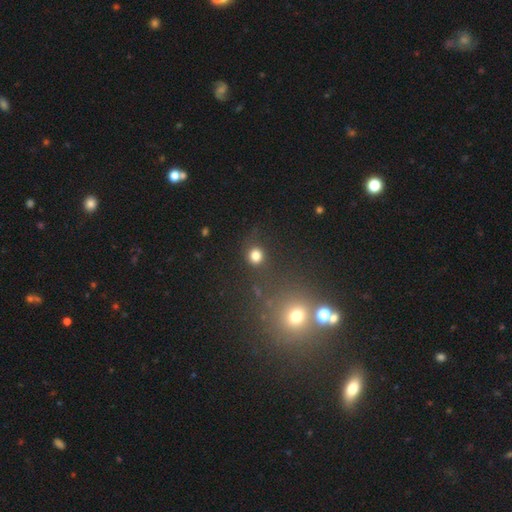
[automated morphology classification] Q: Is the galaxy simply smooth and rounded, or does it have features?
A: smooth — 80%.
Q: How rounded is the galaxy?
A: round — 87%.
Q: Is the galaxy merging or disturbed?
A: none — 81%.